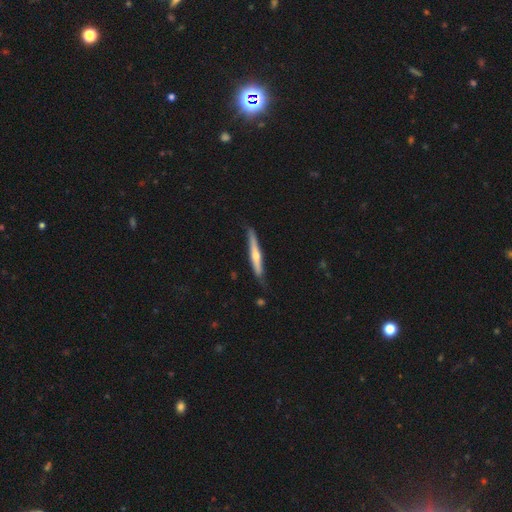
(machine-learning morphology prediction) smooth-or-featured: featured or disk: 58% | smooth: 37% | star or artifact: 5%
  disk-edge-on: yes: 94% | no: 6%
    edge-on-bulge: rounded: 82% | none: 15% | boxy: 3%
  merging: none: 78% | minor disturbance: 17% | major disturbance: 3% | merger: 2%